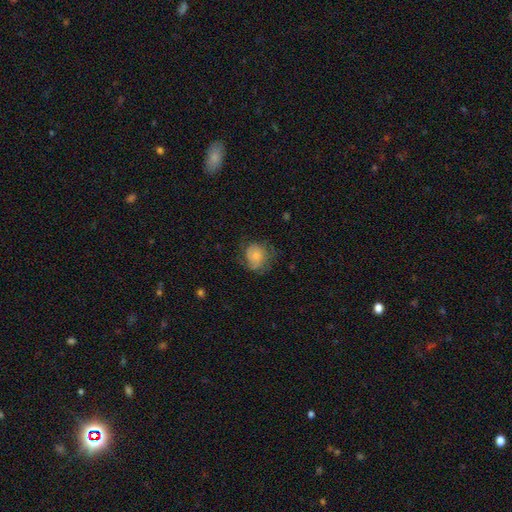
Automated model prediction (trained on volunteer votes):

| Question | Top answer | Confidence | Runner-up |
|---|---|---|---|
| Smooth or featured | smooth | 54% | featured or disk (38%) |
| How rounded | round | 66% | in between (33%) |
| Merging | none | 53% | minor disturbance (27%) |